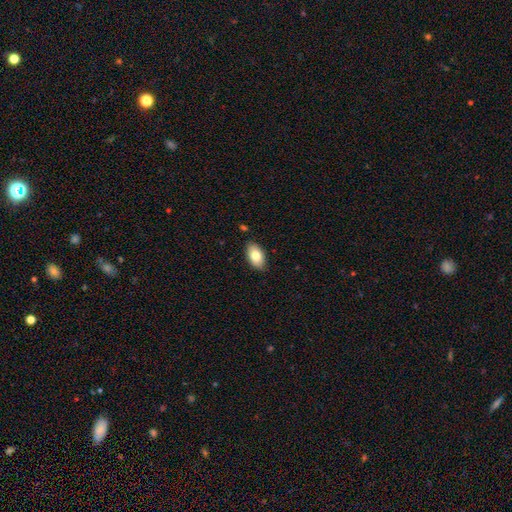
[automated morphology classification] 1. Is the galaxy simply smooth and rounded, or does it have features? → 79% smooth, 14% featured or disk, 7% star or artifact.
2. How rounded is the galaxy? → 93% in between, 5% round, 2% cigar-shaped.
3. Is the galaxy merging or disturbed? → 86% none, 11% minor disturbance, 2% major disturbance, 1% merger.